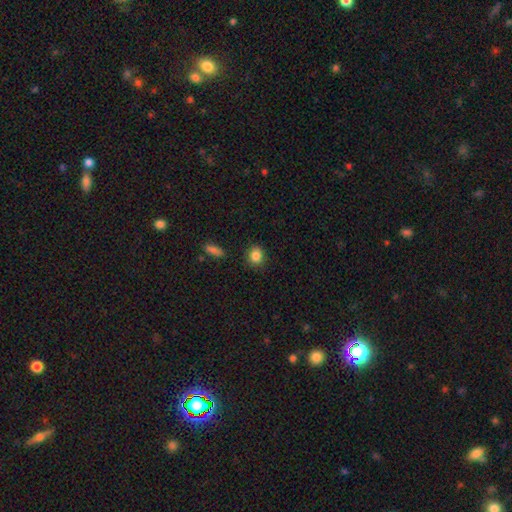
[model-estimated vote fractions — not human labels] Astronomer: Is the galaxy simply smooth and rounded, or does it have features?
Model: smooth — 86%.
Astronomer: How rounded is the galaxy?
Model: round — 70%.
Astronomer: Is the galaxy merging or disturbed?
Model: none — 87%.